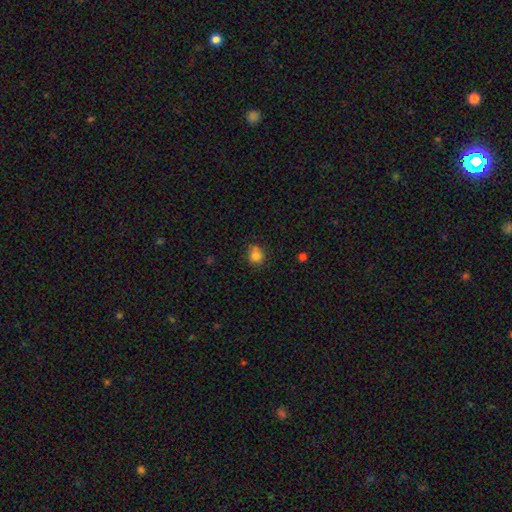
smooth-or-featured: smooth: 90% | featured or disk: 10% | star or artifact: 0%
  how-rounded: round: 86% | in between: 14% | cigar-shaped: 0%
  merging: none: 72% | minor disturbance: 15% | merger: 8% | major disturbance: 5%